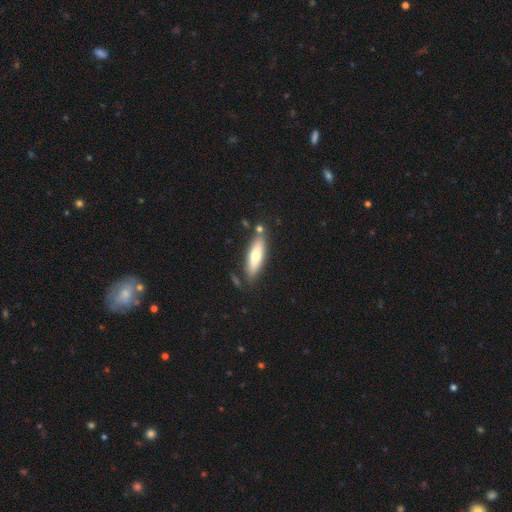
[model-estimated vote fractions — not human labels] Smooth or featured? Predicted: smooth (p=0.64). How rounded? Predicted: cigar-shaped (p=0.52). Merging? Predicted: none (p=0.77).